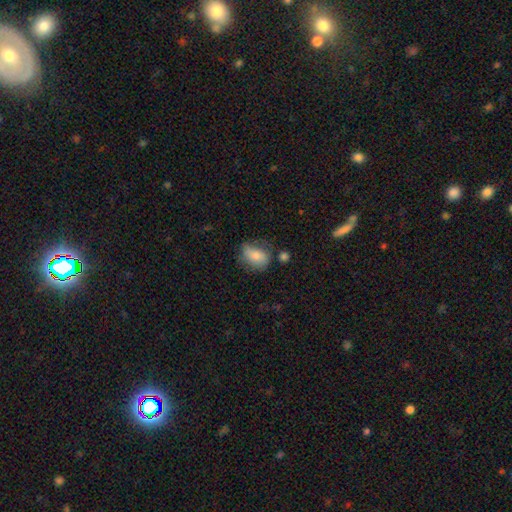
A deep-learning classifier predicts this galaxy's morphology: Smooth or featured? Predicted: smooth (p=0.75). How rounded? Predicted: in between (p=0.74). Merging? Predicted: none (p=0.50).